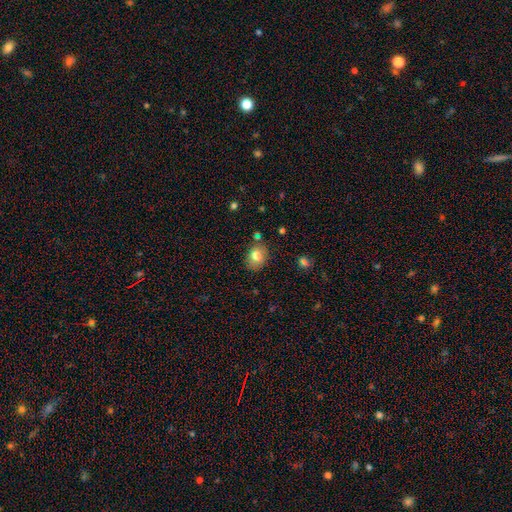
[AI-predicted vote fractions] Q: Smooth or featured?
A: smooth (78%); runner-up: featured or disk (12%)
Q: How rounded?
A: in between (57%); runner-up: round (42%)
Q: Merging?
A: none (76%); runner-up: minor disturbance (16%)